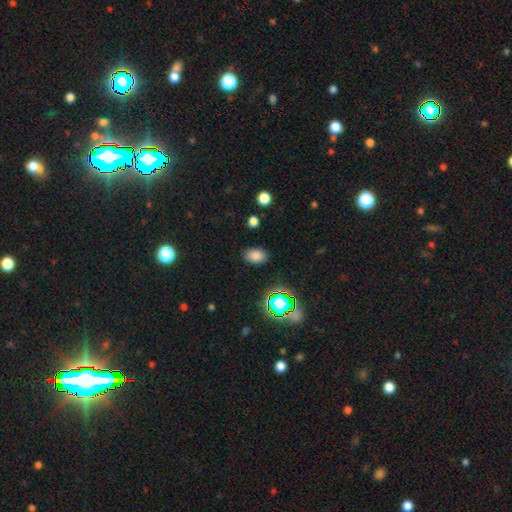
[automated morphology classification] Smooth or featured: smooth — 79% (star or artifact — 16%)
How rounded: in between — 84% (round — 15%)
Merging: none — 85% (minor disturbance — 10%)